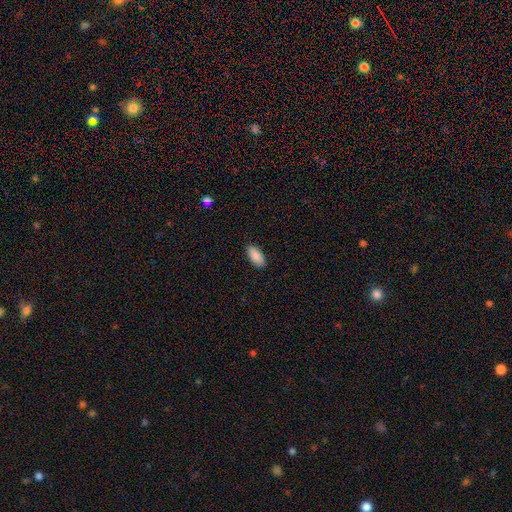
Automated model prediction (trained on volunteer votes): smooth 89%, star or artifact 6%, featured or disk 5%. Down the decision tree: how rounded — in between (90%); merging — none (89%).